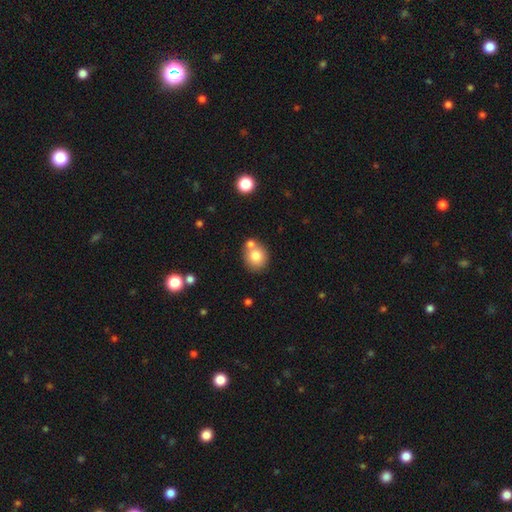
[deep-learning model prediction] Smooth or featured: smooth — 77% (featured or disk — 13%)
How rounded: round — 81% (in between — 18%)
Merging: none — 61% (merger — 26%)